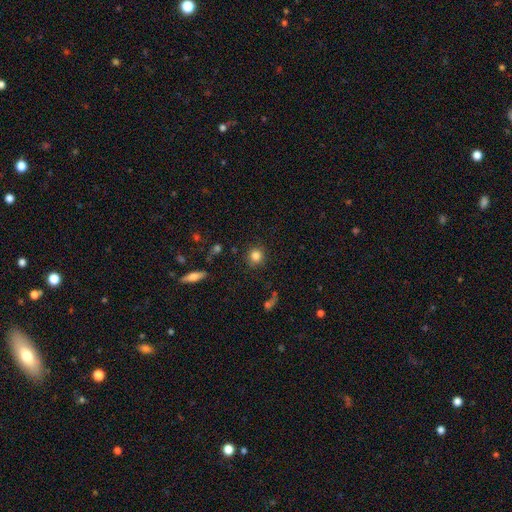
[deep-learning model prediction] smooth-or-featured: smooth: 83% | star or artifact: 11% | featured or disk: 6%
  how-rounded: round: 90% | in between: 9% | cigar-shaped: 1%
  merging: none: 88% | minor disturbance: 8% | major disturbance: 3% | merger: 2%